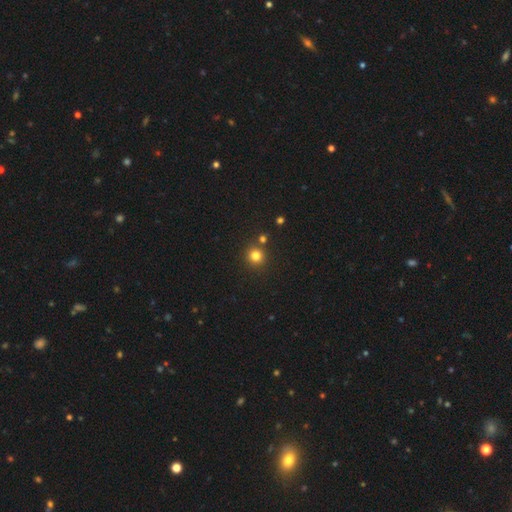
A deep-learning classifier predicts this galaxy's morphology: This appears to be a smooth galaxy with no disk features (80%) that is round (93%). Merging: none (82%).